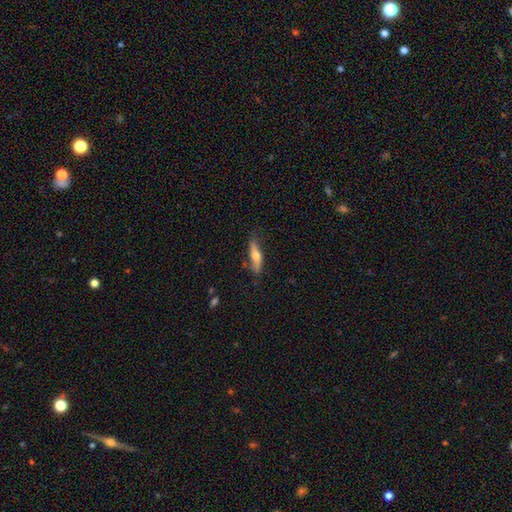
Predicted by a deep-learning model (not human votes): Smooth or featured?
  - smooth: 54% *
  - featured or disk: 40%
  - star or artifact: 6%
How rounded?
  - cigar-shaped: 69% *
  - in between: 28%
  - round: 2%
Merging?
  - none: 74% *
  - minor disturbance: 19%
  - major disturbance: 4%
  - merger: 3%